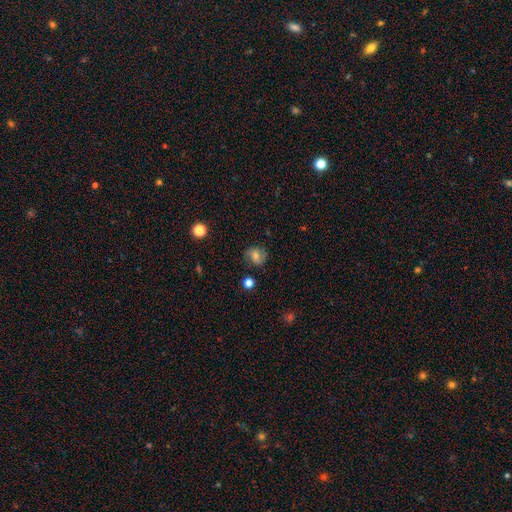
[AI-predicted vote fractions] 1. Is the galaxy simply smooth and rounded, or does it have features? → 55% smooth, 33% featured or disk, 12% star or artifact.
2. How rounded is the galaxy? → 73% round, 26% in between, 1% cigar-shaped.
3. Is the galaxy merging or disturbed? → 79% none, 15% minor disturbance, 5% major disturbance, 2% merger.